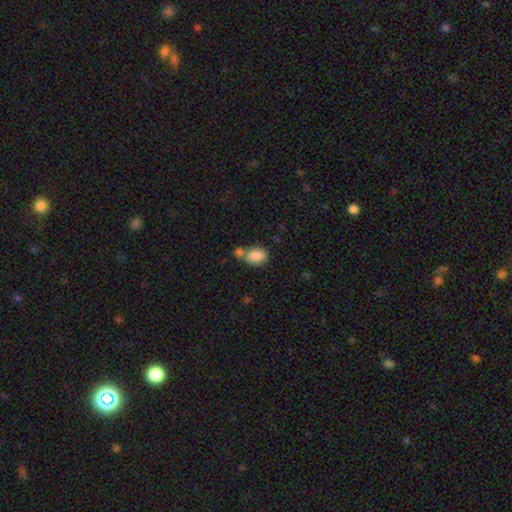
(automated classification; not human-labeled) This appears to be a smooth galaxy with no disk features (86%) that is in between round and cigar-shaped (68%). Merging: none (46%).